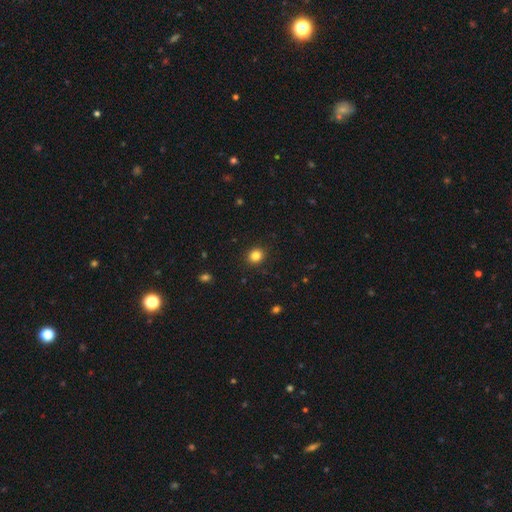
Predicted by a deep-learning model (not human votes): This appears to be a smooth galaxy with no disk features (84%) that is round (76%). Merging: none (91%).